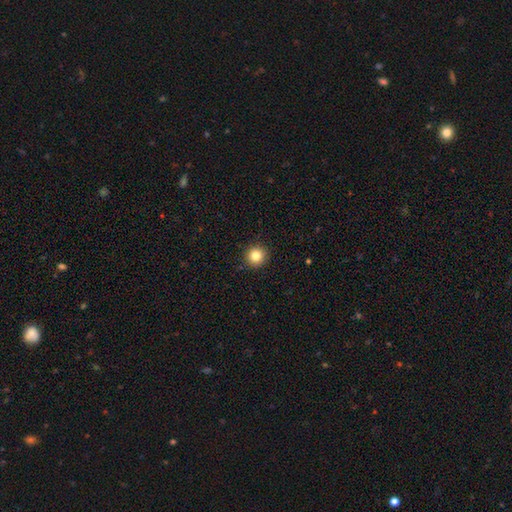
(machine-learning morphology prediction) This appears to be a smooth galaxy with no disk features (84%) that is round (95%). Merging: none (93%).